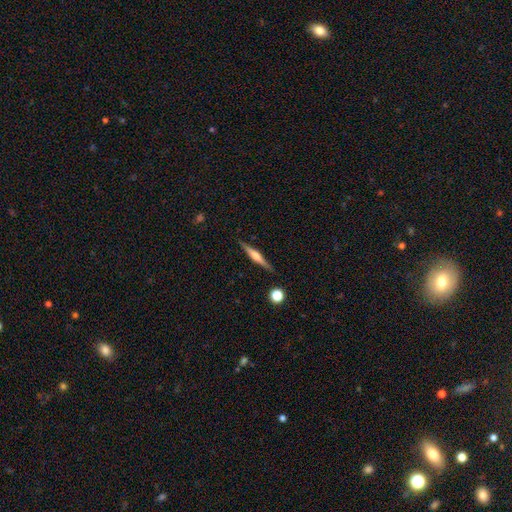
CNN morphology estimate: type=featured or disk (67%); edge-on=yes (98%); edge-on bulge=rounded (72%); merging=none (89%).